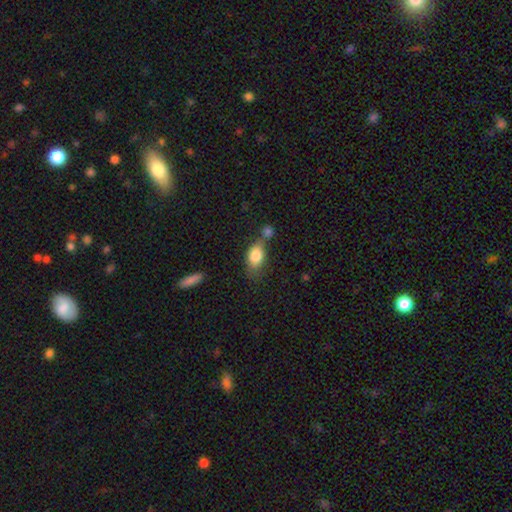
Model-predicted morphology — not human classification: The model was most divided on "merging": none: 41%, merger: 30%, minor disturbance: 20%, major disturbance: 9%. More confident: how rounded — in between (82%); smooth or featured — smooth (82%).